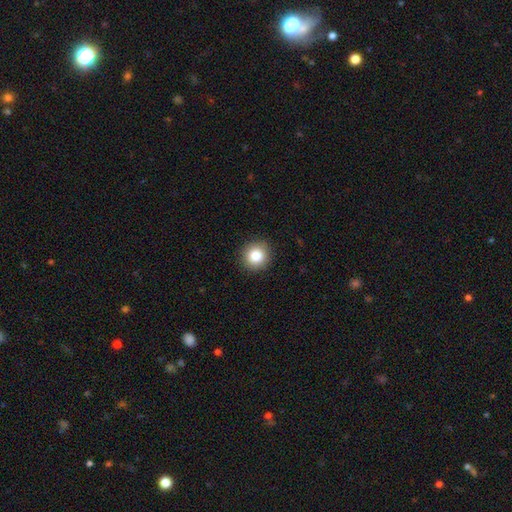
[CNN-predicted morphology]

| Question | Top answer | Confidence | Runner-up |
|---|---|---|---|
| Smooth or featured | smooth | 85% | star or artifact (10%) |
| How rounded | round | 92% | in between (7%) |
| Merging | none | 91% | minor disturbance (6%) |